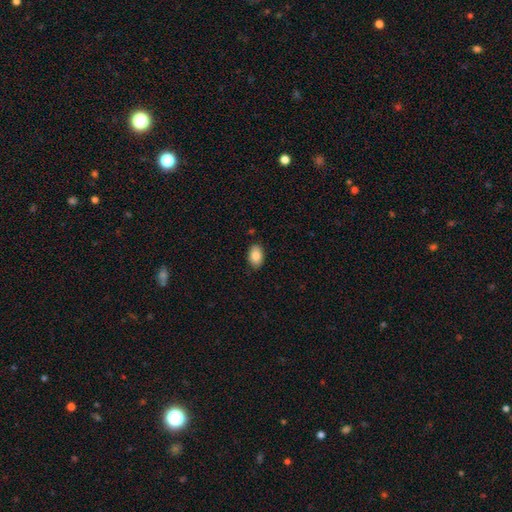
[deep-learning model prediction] A smooth galaxy with no disk features (88%) that is in between round and cigar-shaped (90%). Merging: none (86%).